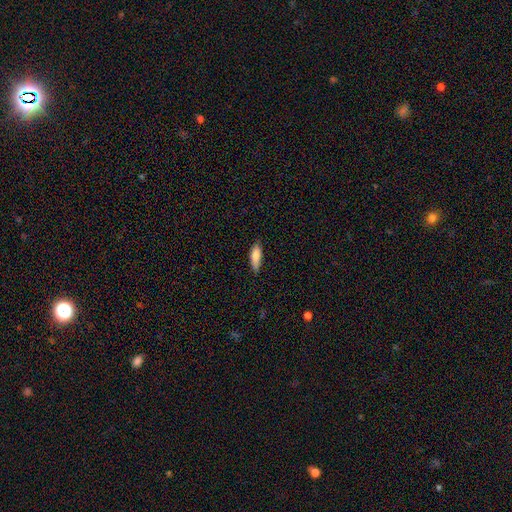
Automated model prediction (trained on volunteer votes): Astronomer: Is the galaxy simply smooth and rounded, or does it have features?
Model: smooth — 84%.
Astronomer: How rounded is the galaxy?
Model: in between — 60% (runner-up: cigar-shaped, 38%).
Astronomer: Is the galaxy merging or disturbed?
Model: none — 77%.